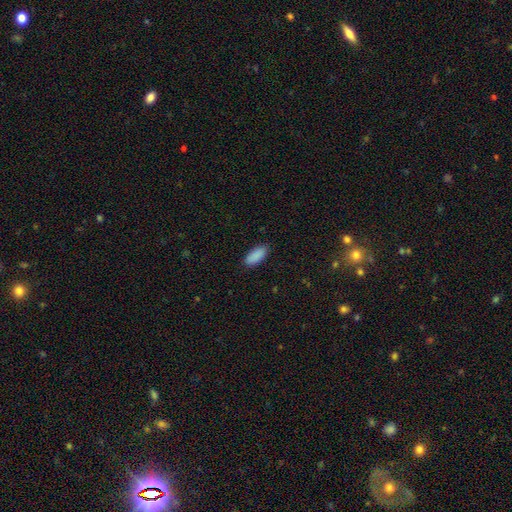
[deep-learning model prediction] Smooth or featured? smooth (90%)
How rounded? in between (83%)
Merging? none (86%)